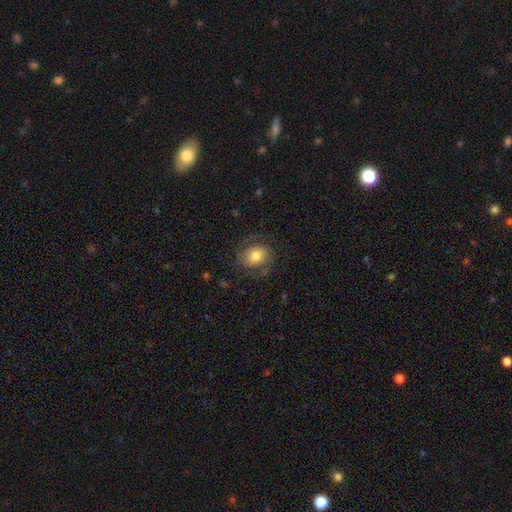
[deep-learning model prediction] A smooth galaxy with no disk features (55%) that is round (63%).

Vote fractions:
- Smooth or featured? smooth: 55% / featured or disk: 36% / star or artifact: 9%
- How rounded? round: 63% / in between: 36% / cigar-shaped: 1%
- Merging? none: 70% / minor disturbance: 18% / major disturbance: 11% / merger: 1%